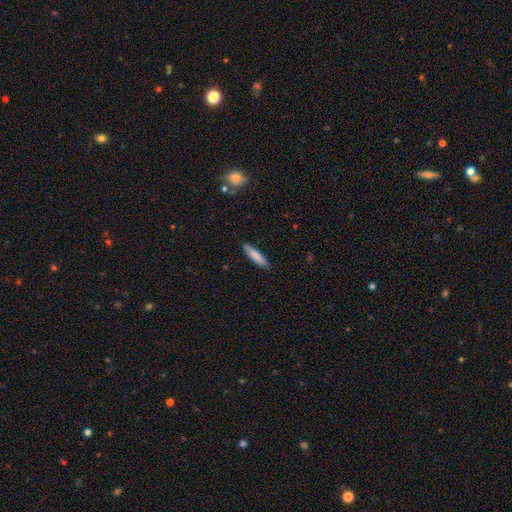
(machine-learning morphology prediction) A smooth galaxy with no disk features (83%) that is cigar-shaped (81%). Merging: none (88%).